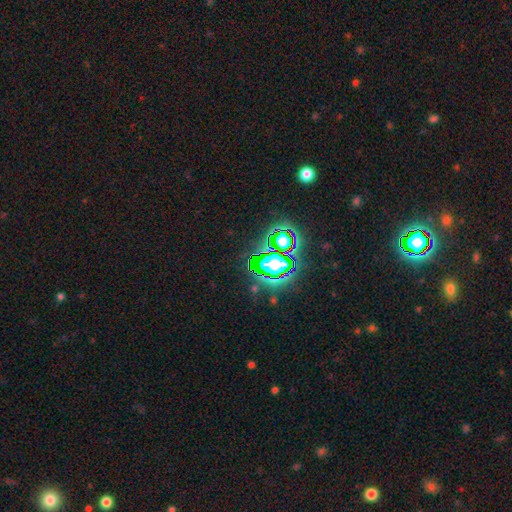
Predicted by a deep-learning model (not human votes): The model was most divided on "smooth or featured": star or artifact: 84%, smooth: 10%, featured or disk: 7%.